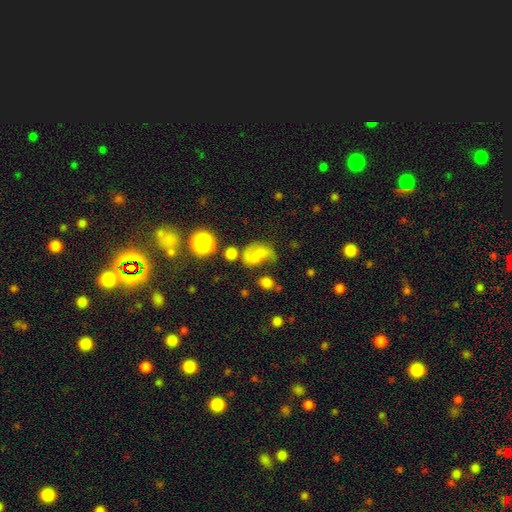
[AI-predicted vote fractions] Overall: featured or disk (44%; smooth 40%). Merging: none (36%; major disturbance 27%).